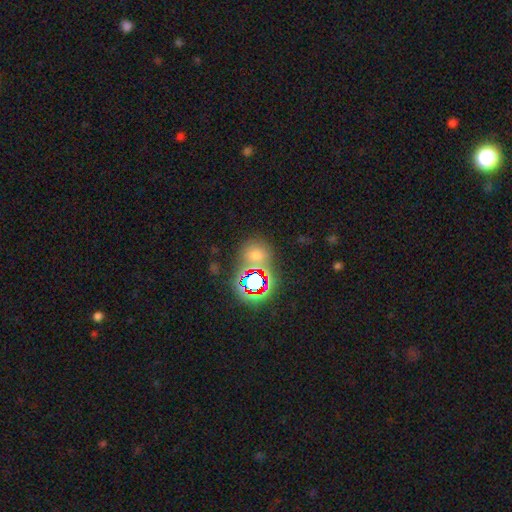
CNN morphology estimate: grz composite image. It shows a smooth galaxy with no disk features (47%). Merging: none (65%).